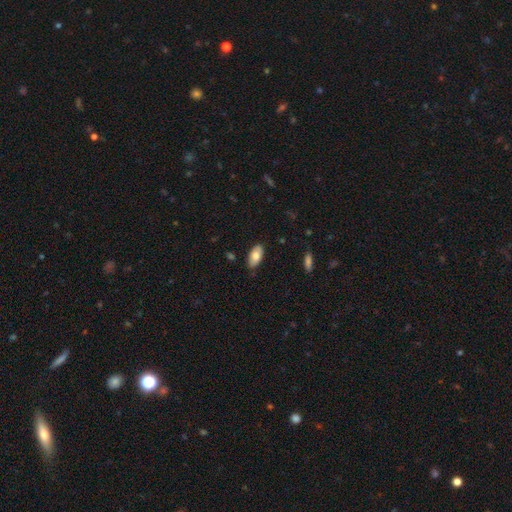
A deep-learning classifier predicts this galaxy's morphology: type=smooth (76%); roundness=in between (93%); merging=none (85%).